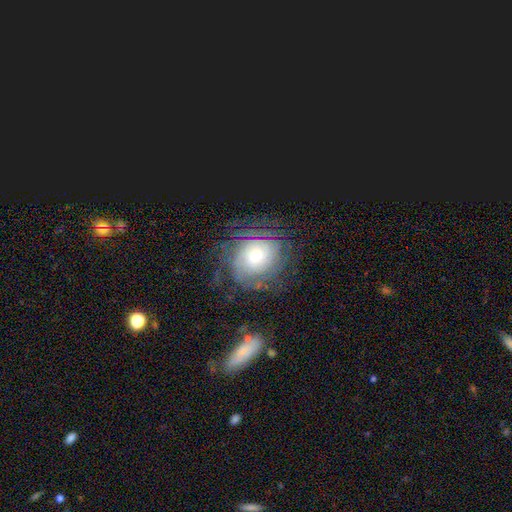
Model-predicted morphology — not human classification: Smooth or featured? Predicted: featured or disk (p=0.72). Edge-on disk? Predicted: no (p=0.97). Bar? Predicted: no (p=0.78). Spiral arms? Predicted: yes (p=0.90). Spiral winding? Predicted: tight (p=0.73). Spiral arm count? Predicted: can't tell (p=0.48). Bulge size? Predicted: moderate (p=0.51). Merging? Predicted: none (p=0.73).